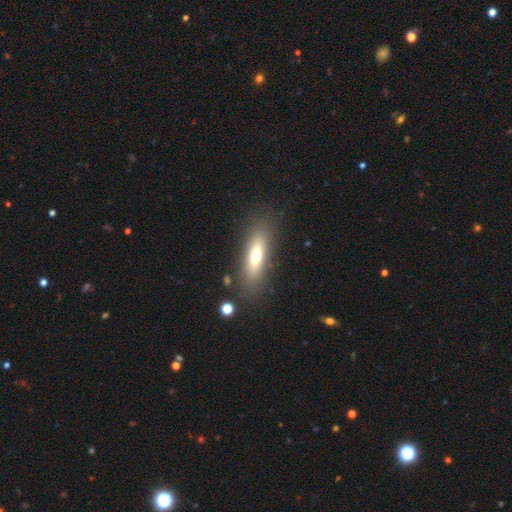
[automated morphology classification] A smooth galaxy with no disk features (64%) that is cigar-shaped (51%). Merging: none (83%).